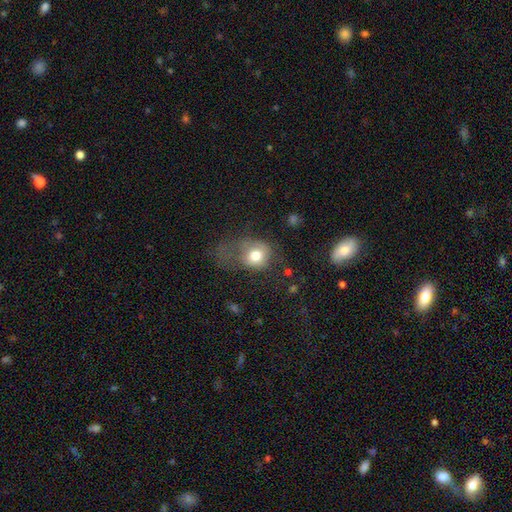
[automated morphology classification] Smooth or featured? smooth (74%)
How rounded? round (60%)
Merging? major disturbance (47%)